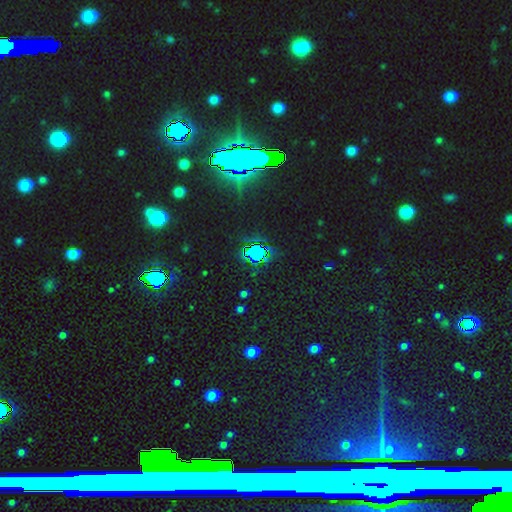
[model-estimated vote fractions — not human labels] Morphology: type=star or artifact (81%).